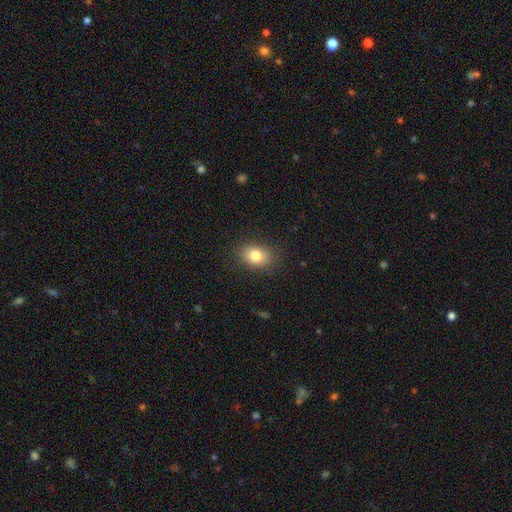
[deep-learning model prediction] This appears to be a smooth galaxy with no disk features (81%) that is in between round and cigar-shaped (76%). Merging: none (86%).